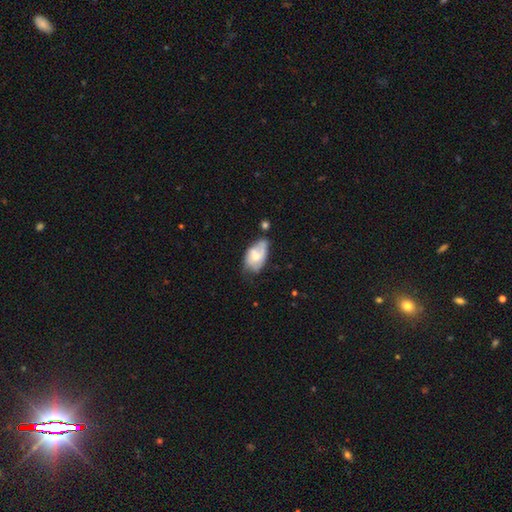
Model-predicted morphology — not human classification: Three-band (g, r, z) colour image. It shows a featured or disk galaxy (48%). Merging: none (36%).